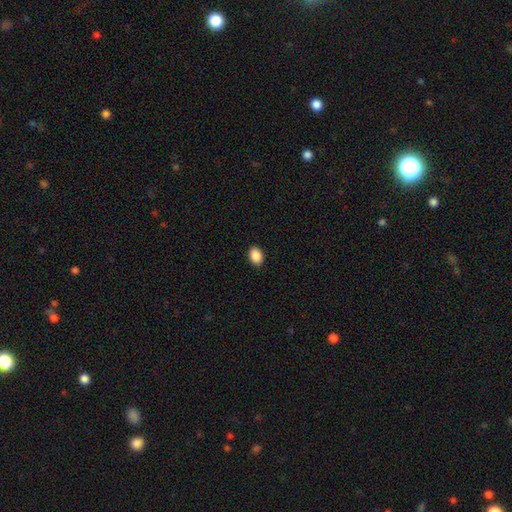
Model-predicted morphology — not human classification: This is clearly a smooth galaxy (90%). How rounded: likely in between (79%). Merging: clearly none (91%).